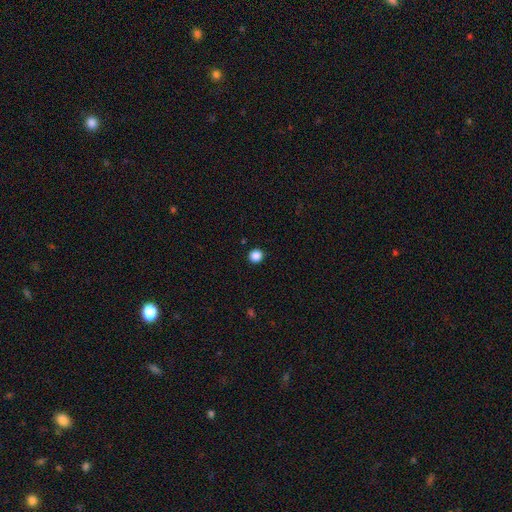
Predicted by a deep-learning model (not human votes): smooth 87%, star or artifact 11%, featured or disk 3%. Down the decision tree: how rounded — round (93%); merging — none (93%).